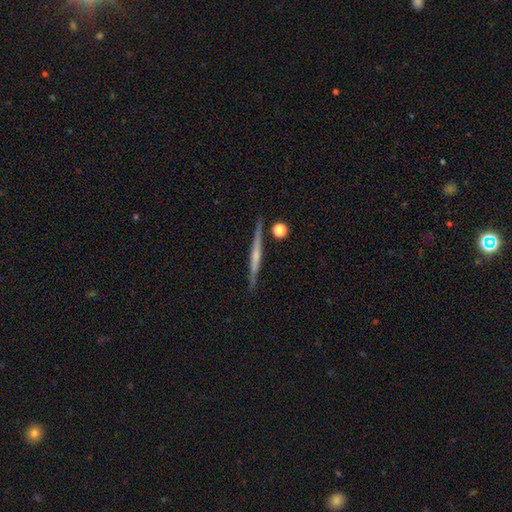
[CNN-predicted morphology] smooth_or_featured: featured or disk (p=0.63) [alt: smooth p=0.30]
disk_edge_on: yes (p=0.97) [alt: no p=0.03]
edge_on_bulge: none (p=0.51) [alt: rounded p=0.39]
merging: none (p=0.87) [alt: minor disturbance p=0.08]